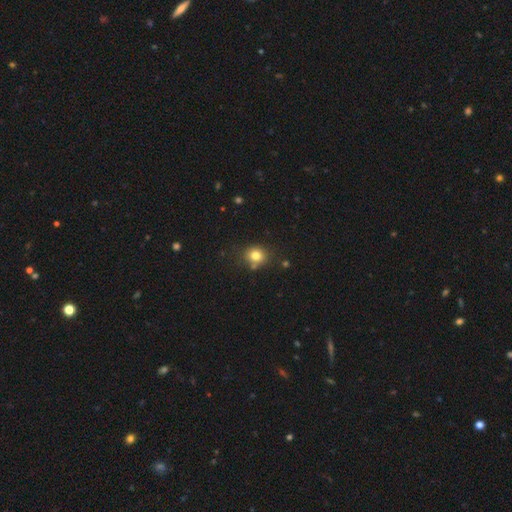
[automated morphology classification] Smooth or featured? smooth (80%)
How rounded? round (77%)
Merging? none (75%)